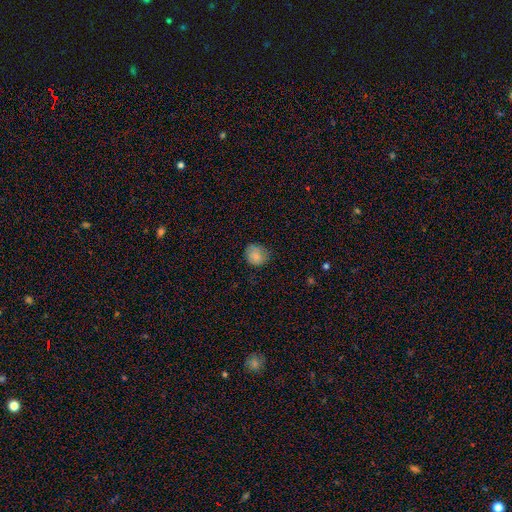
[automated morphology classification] This appears to be a smooth galaxy with no disk features (82%) that is round (74%). Merging: none (65%).